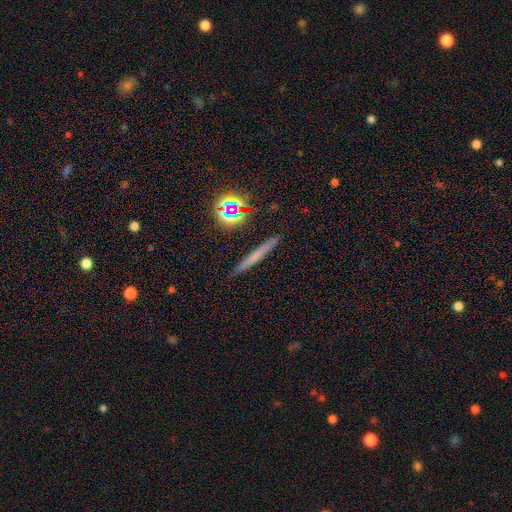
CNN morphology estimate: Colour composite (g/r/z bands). It shows a smooth galaxy with no disk features (50%). Merging: none (89%).